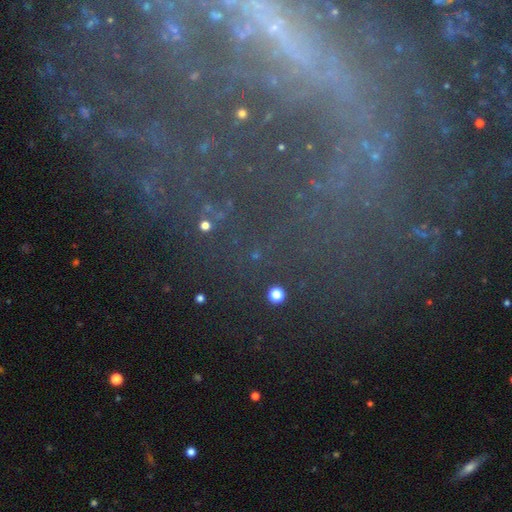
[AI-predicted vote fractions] Smooth or featured? Predicted: star or artifact (p=0.57).